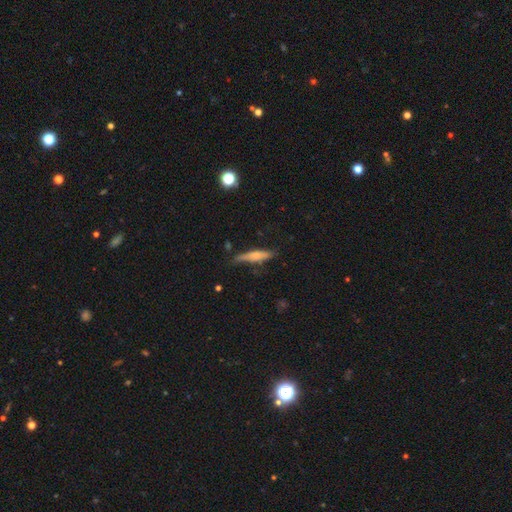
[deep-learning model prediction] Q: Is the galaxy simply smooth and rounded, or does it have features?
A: smooth — 58%.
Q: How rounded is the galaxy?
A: cigar-shaped — 82%.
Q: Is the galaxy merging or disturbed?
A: none — 71%.